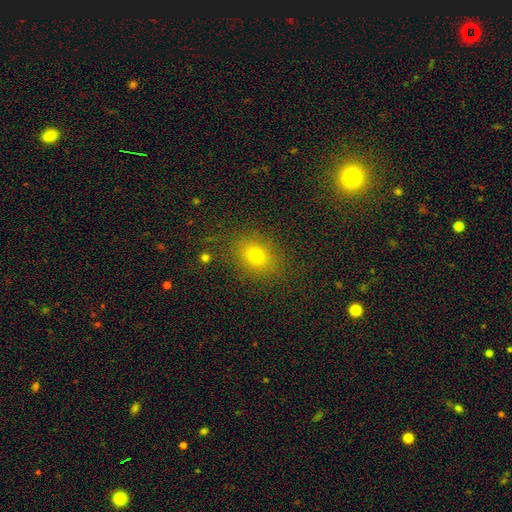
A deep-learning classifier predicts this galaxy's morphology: smooth-or-featured: smooth: 72% | star or artifact: 17% | featured or disk: 11%
  how-rounded: round: 52% | in between: 46% | cigar-shaped: 2%
  merging: none: 83% | minor disturbance: 10% | major disturbance: 4% | merger: 2%